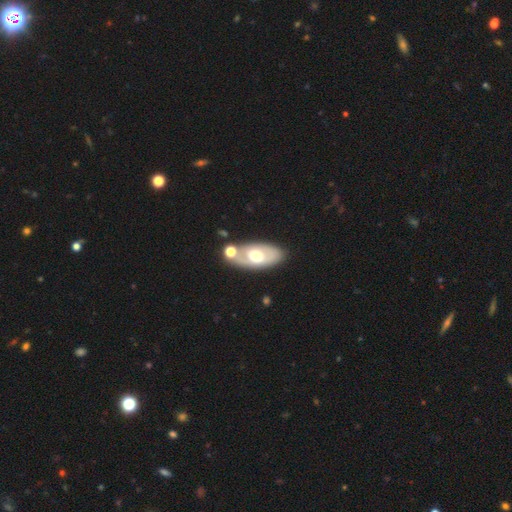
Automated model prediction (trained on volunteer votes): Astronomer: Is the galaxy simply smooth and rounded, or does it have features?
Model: featured or disk — 49% (runner-up: smooth, 44%).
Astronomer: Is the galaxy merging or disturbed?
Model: none — 59%.